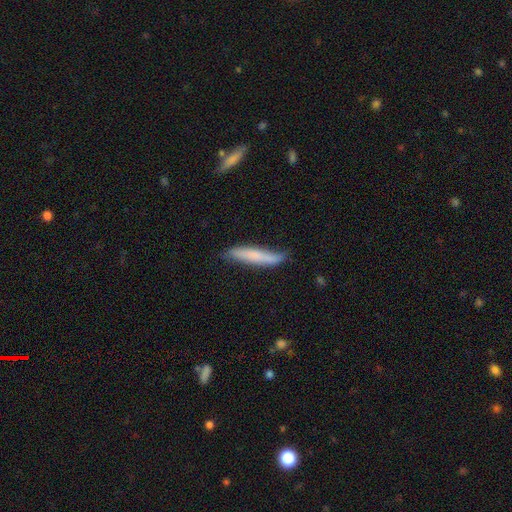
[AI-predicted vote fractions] A smooth galaxy with no disk features (71%) that is cigar-shaped (90%).

Vote fractions:
- Smooth or featured? smooth: 71% / featured or disk: 24% / star or artifact: 6%
- How rounded? cigar-shaped: 90% / in between: 9% / round: 1%
- Merging? none: 69% / minor disturbance: 24% / major disturbance: 4% / merger: 2%